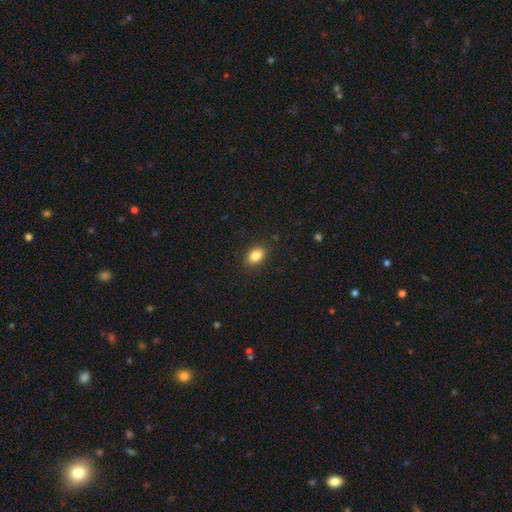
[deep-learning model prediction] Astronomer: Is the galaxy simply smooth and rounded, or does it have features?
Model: smooth — 86%.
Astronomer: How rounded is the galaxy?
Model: in between — 83%.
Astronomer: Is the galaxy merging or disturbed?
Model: none — 88%.